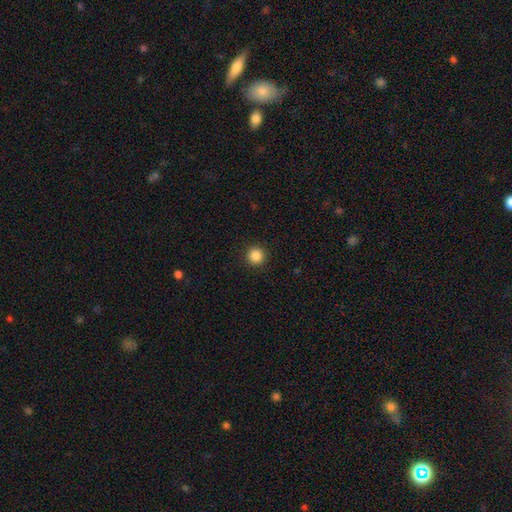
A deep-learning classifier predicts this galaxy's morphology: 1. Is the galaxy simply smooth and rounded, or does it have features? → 87% smooth, 10% star or artifact, 3% featured or disk.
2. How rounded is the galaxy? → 95% round, 4% in between, 1% cigar-shaped.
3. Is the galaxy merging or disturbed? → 93% none, 4% minor disturbance, 2% major disturbance, 1% merger.